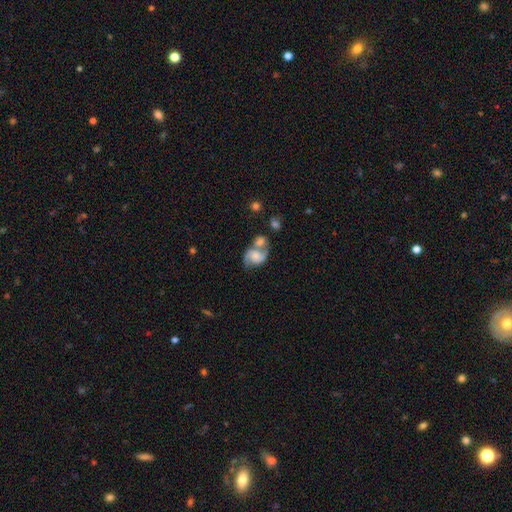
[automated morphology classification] The model was most divided on "bulge size": moderate: 39%, small: 33%, none: 15%, large: 11%, dominant: 3%. Remaining: edge-on disk — no (97%); spiral arms — yes (90%); spiral arm count — 2 (87%); smooth or featured — featured or disk (68%); bar — no (61%); spiral winding — medium (50%); merging — merger (44%).